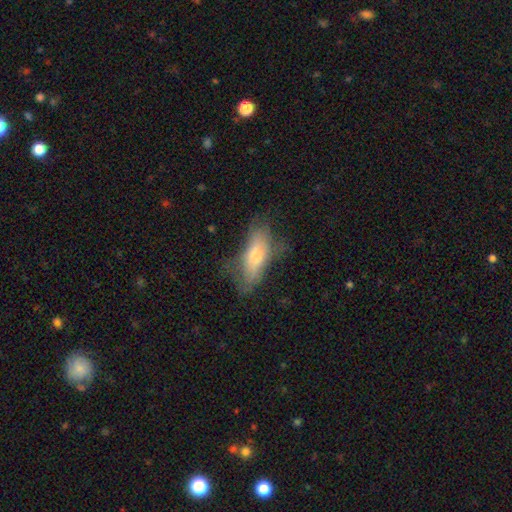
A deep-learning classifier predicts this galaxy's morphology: Smooth or featured? Predicted: smooth (p=0.61). How rounded? Predicted: in between (p=0.67). Merging? Predicted: none (p=0.46).